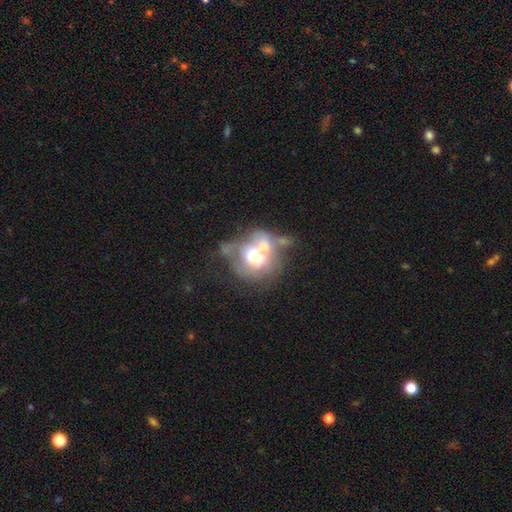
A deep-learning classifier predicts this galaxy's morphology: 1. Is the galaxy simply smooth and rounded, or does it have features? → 54% featured or disk, 35% smooth, 11% star or artifact.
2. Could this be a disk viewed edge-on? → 97% no, 3% yes.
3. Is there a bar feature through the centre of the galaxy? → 79% no, 15% weak, 6% strong.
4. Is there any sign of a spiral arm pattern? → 78% no, 22% yes.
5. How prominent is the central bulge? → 40% large, 29% moderate, 14% none, 10% dominant, 8% small.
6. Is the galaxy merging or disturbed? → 40% merger, 32% major disturbance, 15% none, 13% minor disturbance.